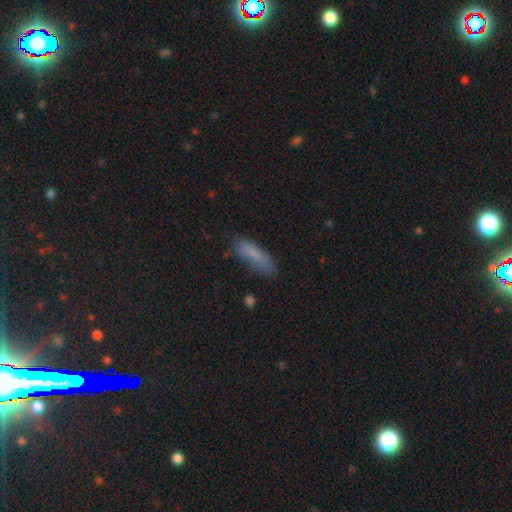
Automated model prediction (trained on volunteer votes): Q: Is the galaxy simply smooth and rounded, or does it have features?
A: smooth — 81%.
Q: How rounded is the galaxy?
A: cigar-shaped — 52%.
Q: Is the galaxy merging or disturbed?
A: none — 61%.